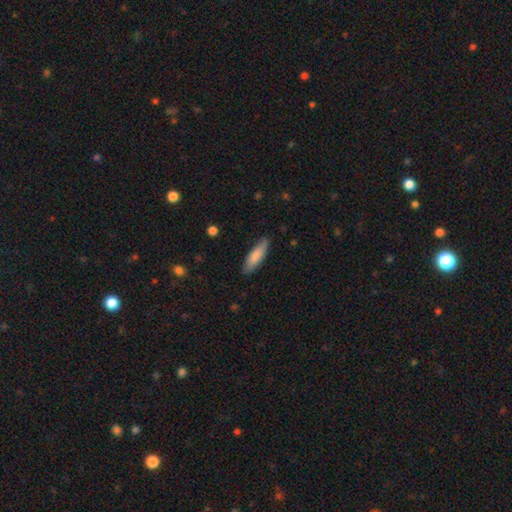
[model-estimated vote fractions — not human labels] The model was most divided on "how rounded": cigar-shaped: 59%, in between: 40%, round: 1%. More confident: merging — none (85%); smooth or featured — smooth (82%).